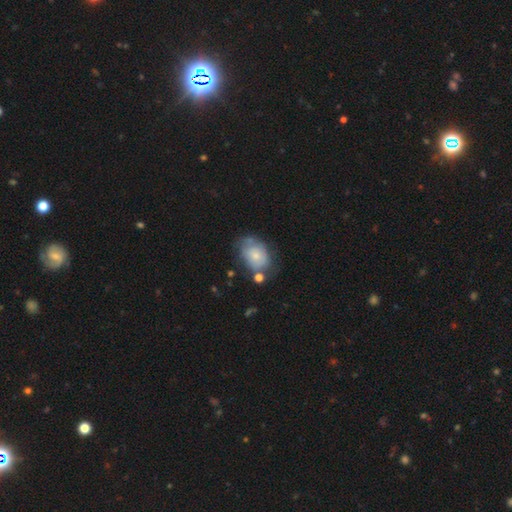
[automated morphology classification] Q: Smooth or featured?
A: smooth (59%); runner-up: featured or disk (33%)
Q: How rounded?
A: in between (72%); runner-up: round (27%)
Q: Merging?
A: none (49%); runner-up: minor disturbance (29%)